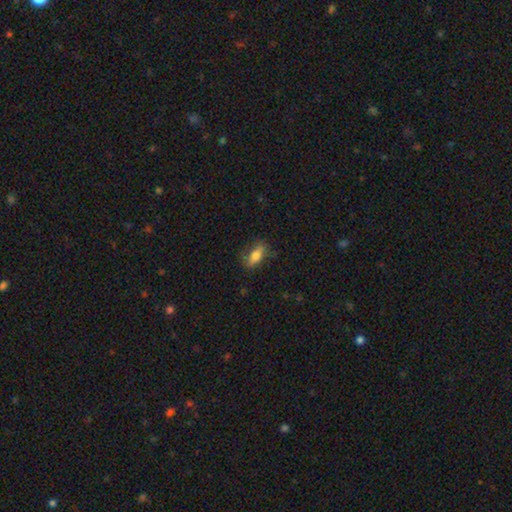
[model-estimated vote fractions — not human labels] Smooth or featured? smooth (69%)
How rounded? in between (73%)
Merging? none (71%)